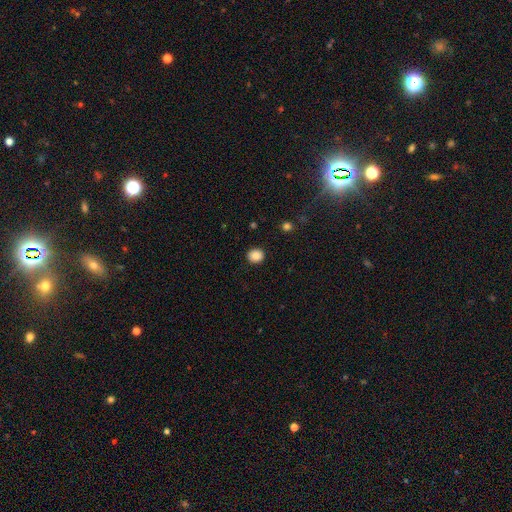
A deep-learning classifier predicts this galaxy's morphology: This appears to be a smooth galaxy with no disk features (87%) that is round (79%). Merging: none (91%).